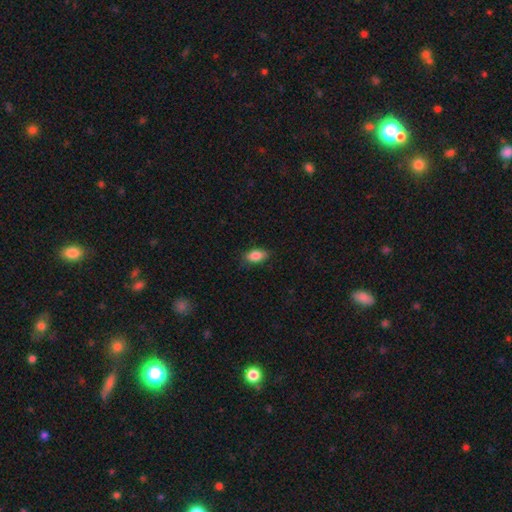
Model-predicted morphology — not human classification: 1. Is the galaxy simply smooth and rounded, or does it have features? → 86% smooth, 8% star or artifact, 7% featured or disk.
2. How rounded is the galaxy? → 90% in between, 6% round, 4% cigar-shaped.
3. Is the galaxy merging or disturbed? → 84% none, 13% minor disturbance, 3% major disturbance, 1% merger.